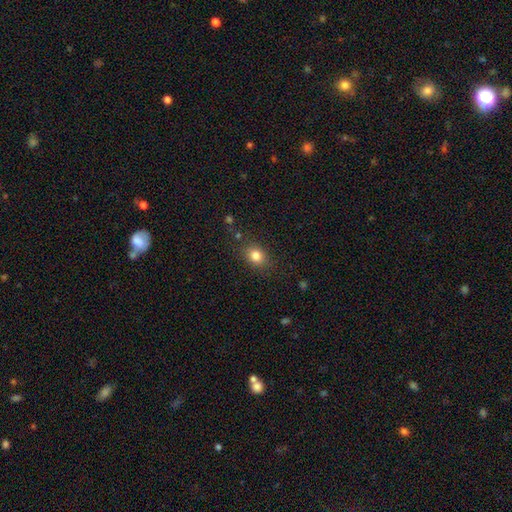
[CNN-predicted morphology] Smooth or featured? smooth (82%)
How rounded? round (50%)
Merging? none (81%)